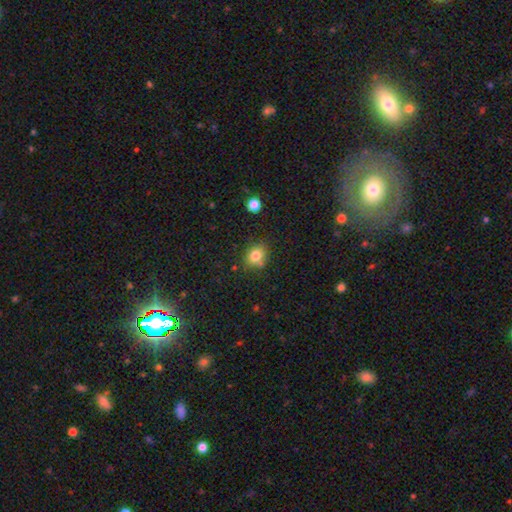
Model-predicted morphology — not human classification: smooth 80%, star or artifact 12%, featured or disk 9%. Down the decision tree: how rounded — round (56%); merging — none (71%).